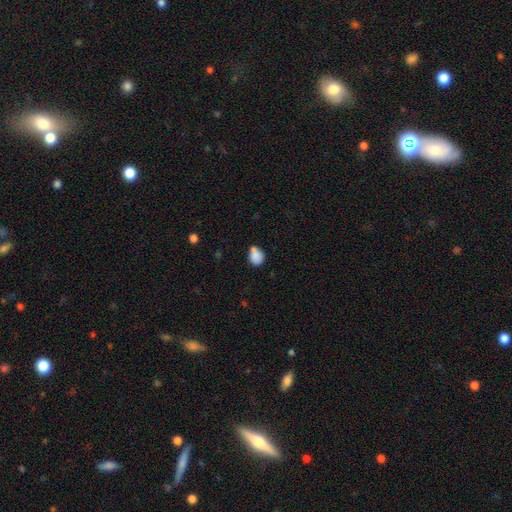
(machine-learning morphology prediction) The model was most divided on "how rounded": in between: 55%, round: 44%, cigar-shaped: 1%. More confident: smooth or featured — smooth (84%); merging — none (52%).